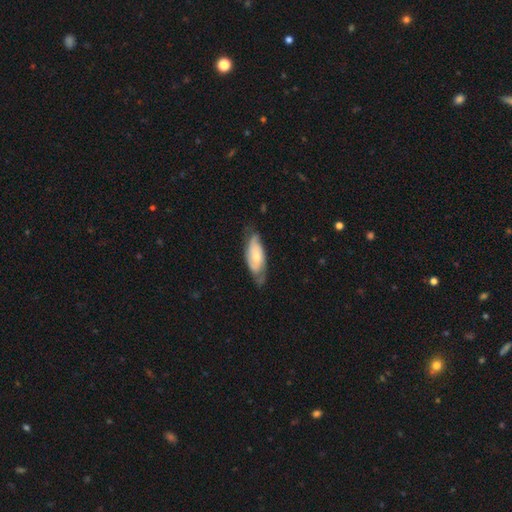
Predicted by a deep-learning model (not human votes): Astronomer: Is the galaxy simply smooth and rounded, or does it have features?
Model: featured or disk — 59% (runner-up: smooth, 35%).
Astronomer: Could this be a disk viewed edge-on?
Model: no — 85%.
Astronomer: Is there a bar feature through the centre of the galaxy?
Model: no — 68%.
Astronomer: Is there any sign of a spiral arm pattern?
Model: yes — 84%.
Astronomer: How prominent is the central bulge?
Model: moderate — 50% (runner-up: small, 43%).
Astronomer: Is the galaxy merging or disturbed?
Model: none — 61%.